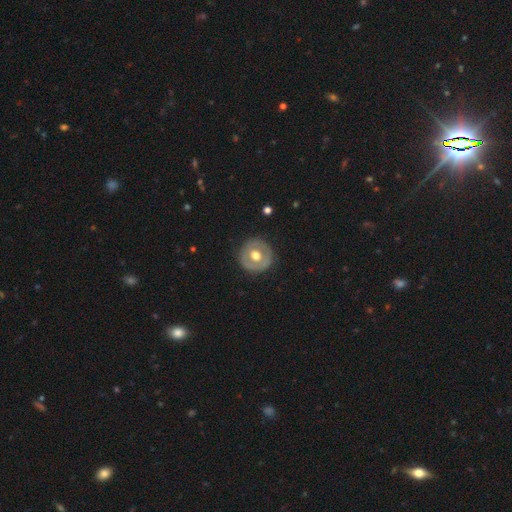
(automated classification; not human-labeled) Overall: featured or disk (48%; smooth 46%). Merging: none (87%).